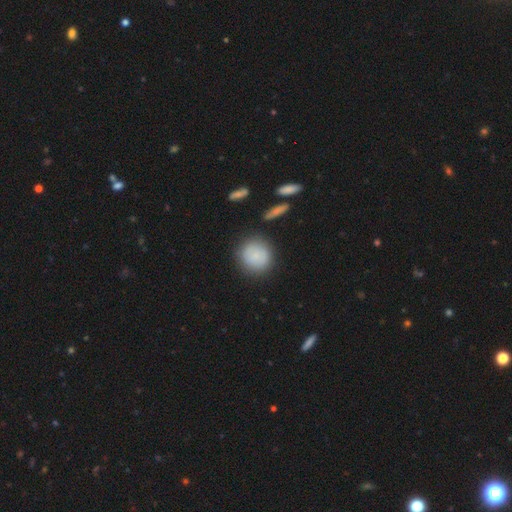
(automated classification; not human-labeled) The model was most divided on "merging": none: 82%, minor disturbance: 11%, major disturbance: 4%, merger: 3%. More confident: how rounded — round (89%); smooth or featured — smooth (82%).